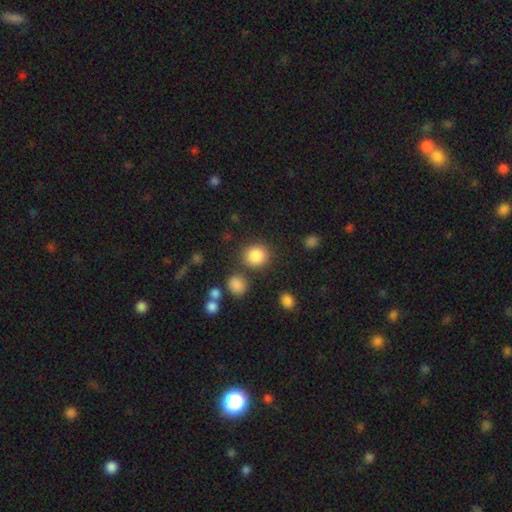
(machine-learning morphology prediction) smooth-or-featured: smooth: 86% | star or artifact: 10% | featured or disk: 5%
  how-rounded: round: 89% | in between: 10% | cigar-shaped: 1%
  merging: none: 81% | minor disturbance: 9% | merger: 7% | major disturbance: 4%